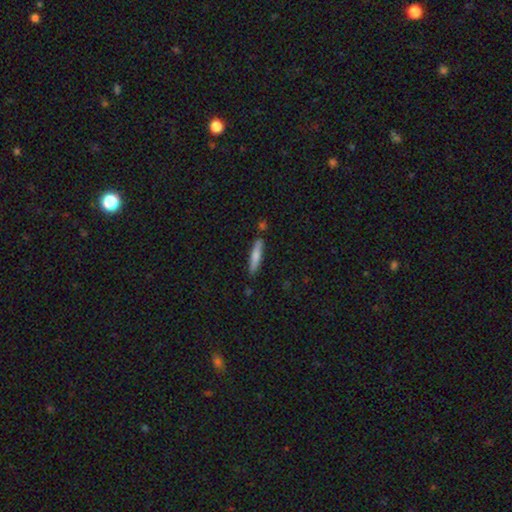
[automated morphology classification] smooth 72%, featured or disk 22%, star or artifact 6%. Down the decision tree: how rounded — cigar-shaped (88%); merging — none (83%).